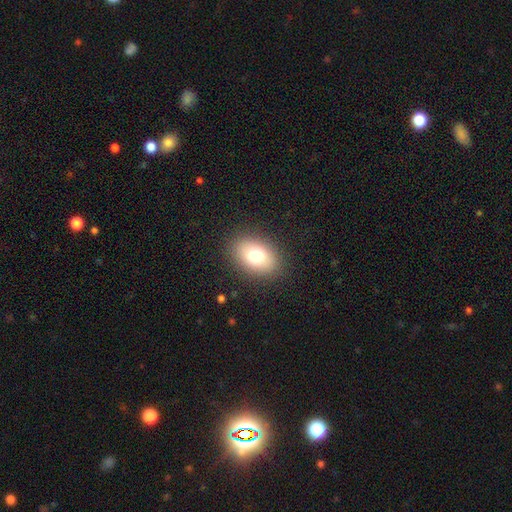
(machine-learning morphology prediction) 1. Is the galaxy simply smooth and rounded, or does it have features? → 76% smooth, 13% featured or disk, 10% star or artifact.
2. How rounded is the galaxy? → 79% in between, 19% round, 1% cigar-shaped.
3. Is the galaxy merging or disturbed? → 87% none, 9% minor disturbance, 3% major disturbance, 1% merger.